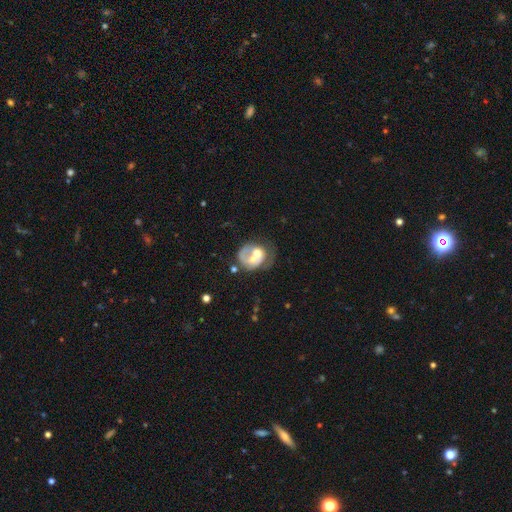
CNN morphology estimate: A featured or disk galaxy (55%) with no bar (84%), no spiral arms (60%) and a moderate central bulge (59%).

Vote fractions:
- Smooth or featured? featured or disk: 55% / smooth: 38% / star or artifact: 7%
- Edge-on disk? no: 97% / yes: 3%
- Bar? no: 84% / weak: 13% / strong: 3%
- Spiral arms? no: 60% / yes: 40%
- Bulge size? moderate: 59% / small: 21% / large: 10% / none: 7% / dominant: 2%
- Merging? merger: 50% / none: 21% / major disturbance: 18% / minor disturbance: 12%